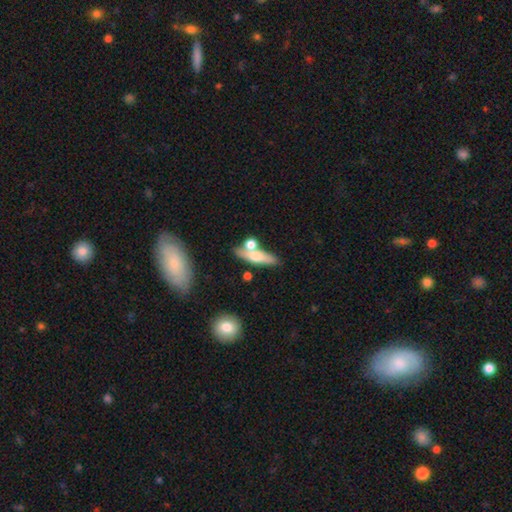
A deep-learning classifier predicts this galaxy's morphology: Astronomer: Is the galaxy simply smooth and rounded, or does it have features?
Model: smooth — 57% (runner-up: featured or disk, 35%).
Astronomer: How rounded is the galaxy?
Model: cigar-shaped — 55% (runner-up: in between, 39%).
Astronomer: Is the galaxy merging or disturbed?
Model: none — 58%.